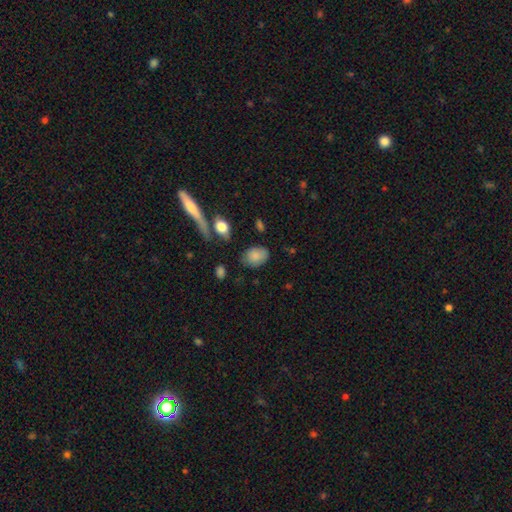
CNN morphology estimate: Smooth or featured? Predicted: smooth (p=0.84). How rounded? Predicted: in between (p=0.82). Merging? Predicted: none (p=0.71).